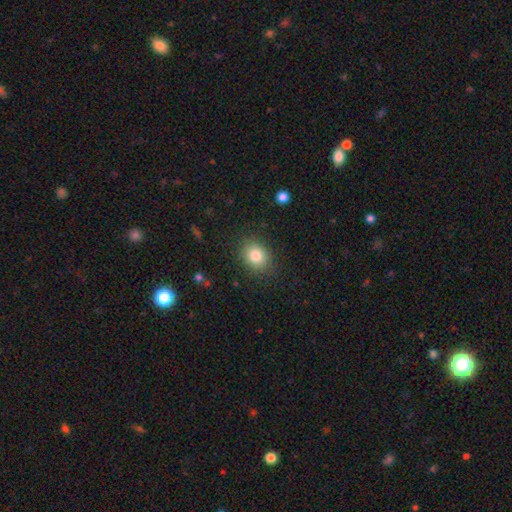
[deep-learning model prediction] Morphology: type=smooth (82%); roundness=round (51%); merging=none (85%).